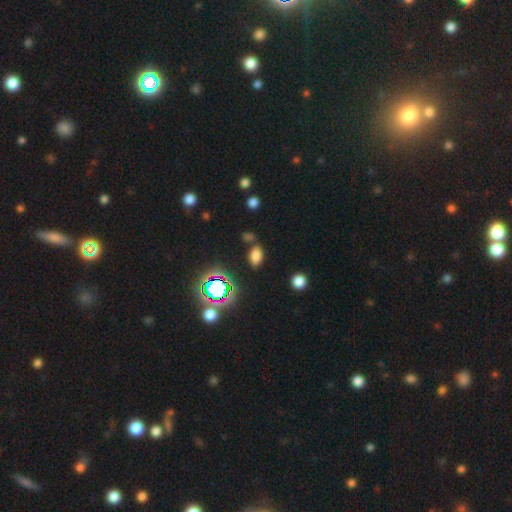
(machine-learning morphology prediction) Smooth or featured?
  - smooth: 73% *
  - star or artifact: 20%
  - featured or disk: 8%
How rounded?
  - in between: 90% *
  - round: 8%
  - cigar-shaped: 2%
Merging?
  - none: 73% *
  - minor disturbance: 13%
  - merger: 10%
  - major disturbance: 4%